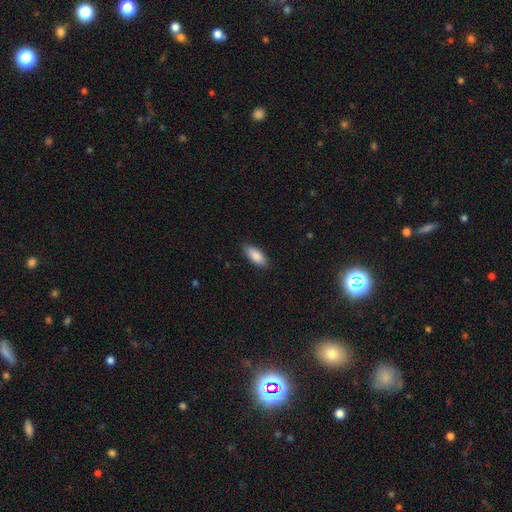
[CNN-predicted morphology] type=smooth (88%); roundness=in between (81%); merging=none (87%).